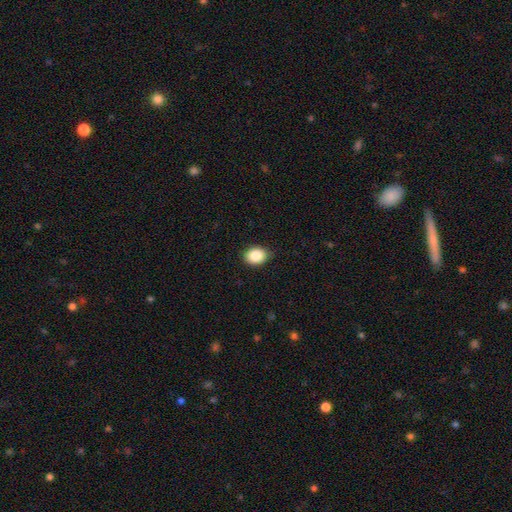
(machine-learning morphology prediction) The model was most divided on "how rounded": in between: 61%, round: 38%, cigar-shaped: 1%. More confident: smooth or featured — smooth (87%); merging — none (85%).